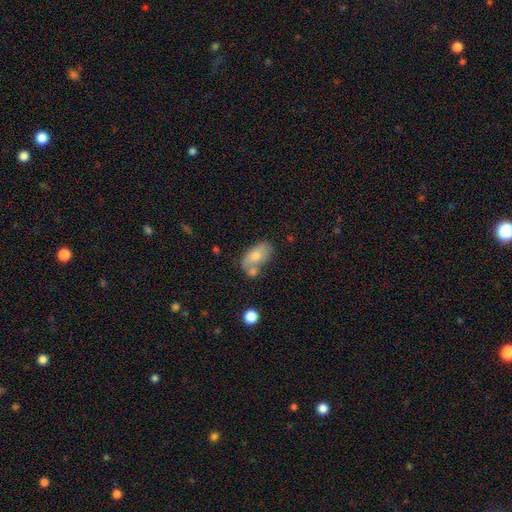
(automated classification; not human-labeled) Smooth or featured?
  - smooth: 71% *
  - featured or disk: 22%
  - star or artifact: 7%
How rounded?
  - in between: 90% *
  - round: 7%
  - cigar-shaped: 3%
Merging?
  - none: 43% *
  - merger: 29%
  - minor disturbance: 20%
  - major disturbance: 8%